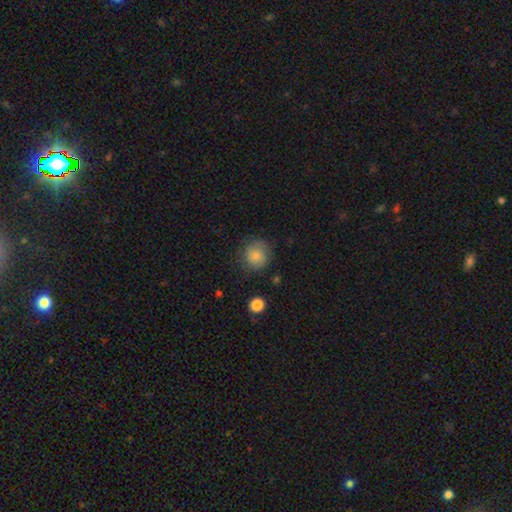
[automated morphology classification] This is likely a smooth galaxy (79%). How rounded: clearly round (89%). Merging: likely none (76%).